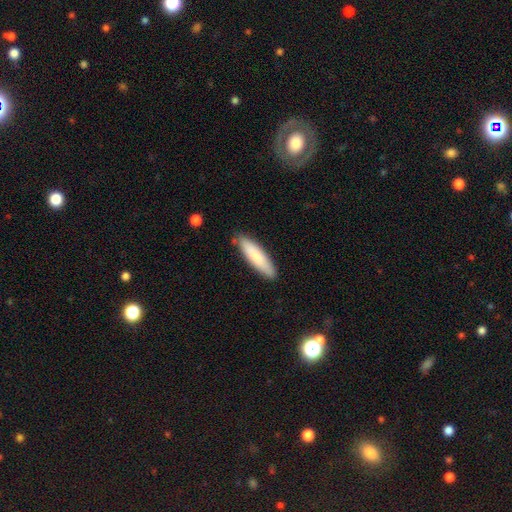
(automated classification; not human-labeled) Q: Smooth or featured?
A: smooth (81%); runner-up: featured or disk (13%)
Q: How rounded?
A: cigar-shaped (73%); runner-up: in between (26%)
Q: Merging?
A: none (85%); runner-up: minor disturbance (12%)